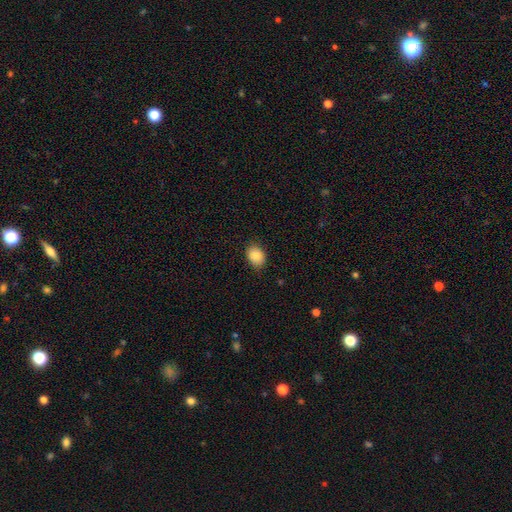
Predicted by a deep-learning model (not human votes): Morphology: type=smooth (86%); roundness=in between (68%); merging=none (86%).